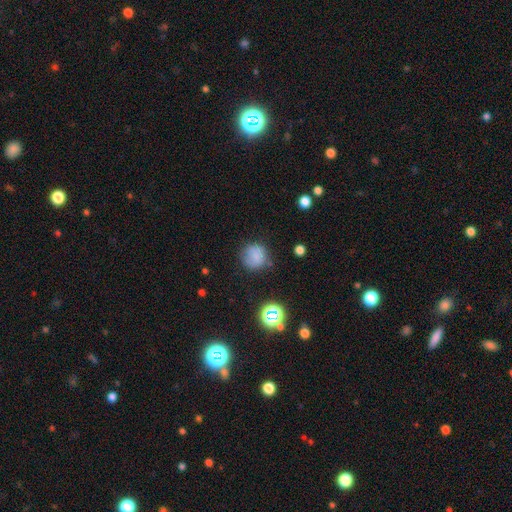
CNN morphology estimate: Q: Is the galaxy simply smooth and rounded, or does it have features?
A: smooth — 76%.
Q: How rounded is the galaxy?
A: round — 88%.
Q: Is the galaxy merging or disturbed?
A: none — 69%.